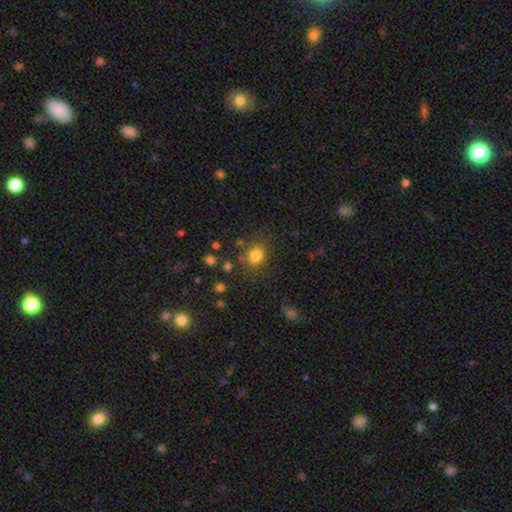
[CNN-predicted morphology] Smooth or featured: smooth — 81% (star or artifact — 13%)
How rounded: round — 70% (in between — 29%)
Merging: none — 78% (minor disturbance — 13%)